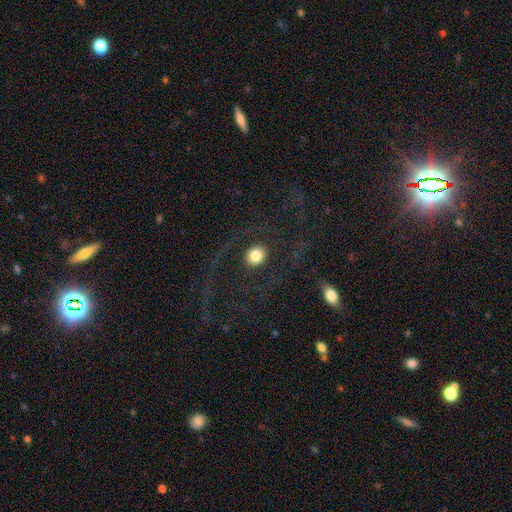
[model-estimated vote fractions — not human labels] Smooth or featured?
  - smooth: 73% *
  - featured or disk: 17%
  - star or artifact: 11%
How rounded?
  - round: 58% *
  - in between: 40%
  - cigar-shaped: 1%
Merging?
  - none: 82% *
  - minor disturbance: 8%
  - major disturbance: 8%
  - merger: 2%